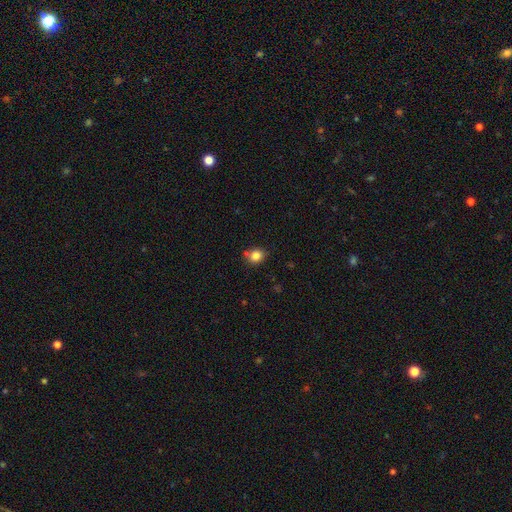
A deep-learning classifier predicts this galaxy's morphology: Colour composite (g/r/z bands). It shows a smooth galaxy with no disk features (83%) that is round (70%). Merging: none (69%).